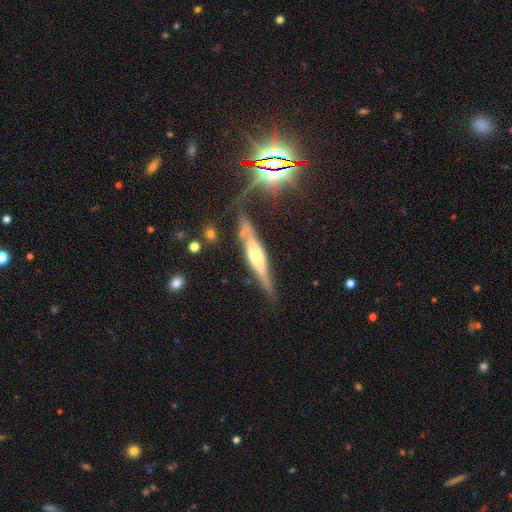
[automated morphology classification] A featured or disk galaxy (69%) viewed edge-on (91%) with a rounded central bulge (65%). Merging: none (71%).